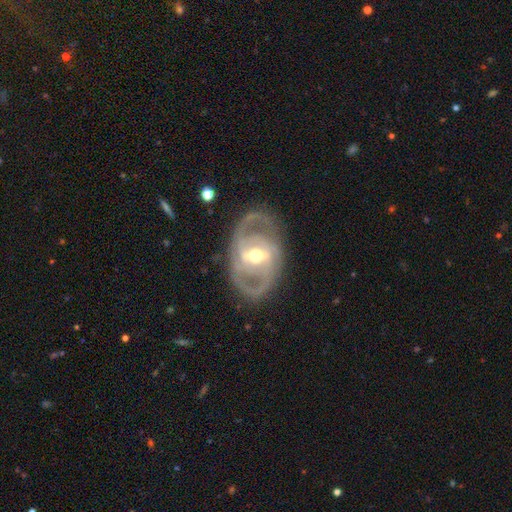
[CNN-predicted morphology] Q: Smooth or featured?
A: featured or disk (87%); runner-up: smooth (8%)
Q: Edge-on disk?
A: no (95%); runner-up: yes (5%)
Q: Bar?
A: strong (44%); runner-up: weak (40%)
Q: Spiral arms?
A: yes (88%); runner-up: no (12%)
Q: Spiral winding?
A: medium (46%); runner-up: tight (39%)
Q: Spiral arm count?
A: 2 (74%); runner-up: can't tell (11%)
Q: Bulge size?
A: moderate (65%); runner-up: small (28%)
Q: Merging?
A: none (77%); runner-up: minor disturbance (14%)